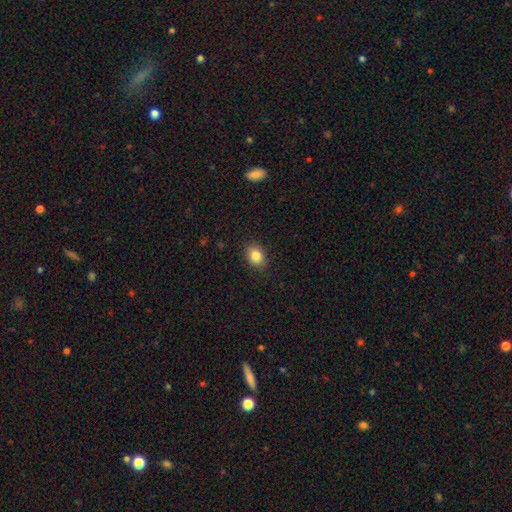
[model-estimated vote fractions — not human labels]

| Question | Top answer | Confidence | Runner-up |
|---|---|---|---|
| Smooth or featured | smooth | 84% | star or artifact (9%) |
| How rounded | in between | 66% | round (32%) |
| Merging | none | 89% | minor disturbance (8%) |